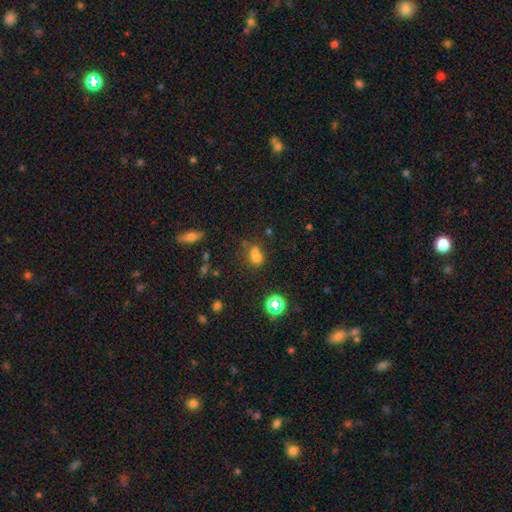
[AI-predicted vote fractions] Smooth or featured: smooth — 64% (star or artifact — 25%)
How rounded: in between — 65% (round — 31%)
Merging: none — 48% (merger — 22%)